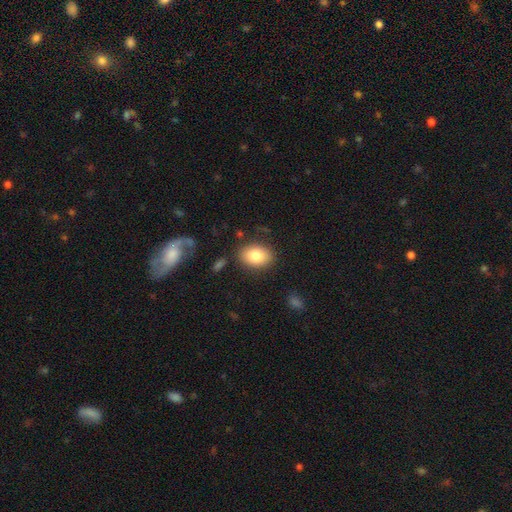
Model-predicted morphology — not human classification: The model was most divided on "how rounded": in between: 76%, round: 23%, cigar-shaped: 1%. More confident: merging — none (83%); smooth or featured — smooth (81%).